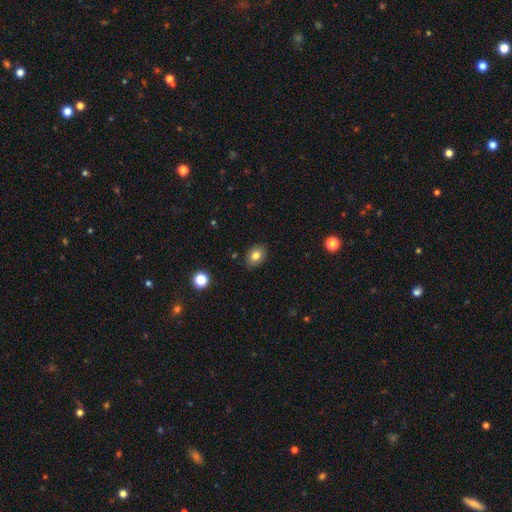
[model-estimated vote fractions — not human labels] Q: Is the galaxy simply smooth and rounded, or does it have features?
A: smooth — 80%.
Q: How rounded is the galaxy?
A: in between — 66%.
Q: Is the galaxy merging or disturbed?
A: none — 87%.